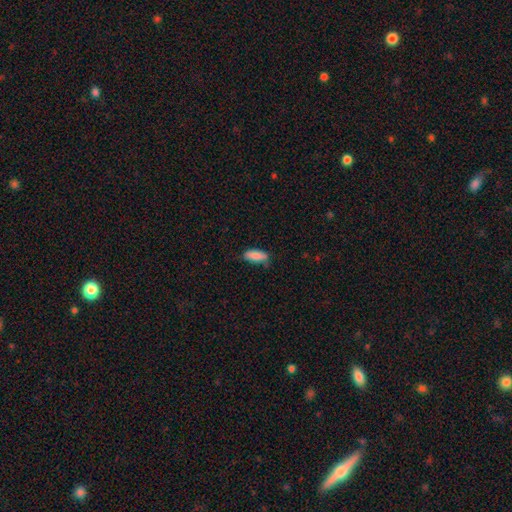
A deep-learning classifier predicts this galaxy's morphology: This is clearly a smooth galaxy (86%). How rounded: likely in between (75%). Merging: likely none (67%).